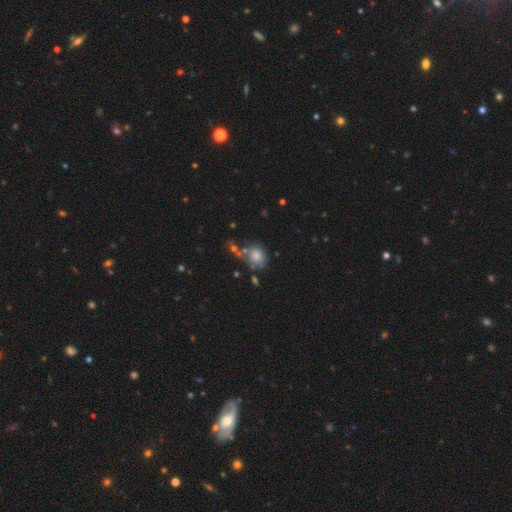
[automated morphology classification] Smooth or featured?
  - smooth: 77% *
  - featured or disk: 12%
  - star or artifact: 11%
How rounded?
  - round: 62% *
  - in between: 37%
  - cigar-shaped: 1%
Merging?
  - none: 54% *
  - minor disturbance: 22%
  - merger: 15%
  - major disturbance: 9%